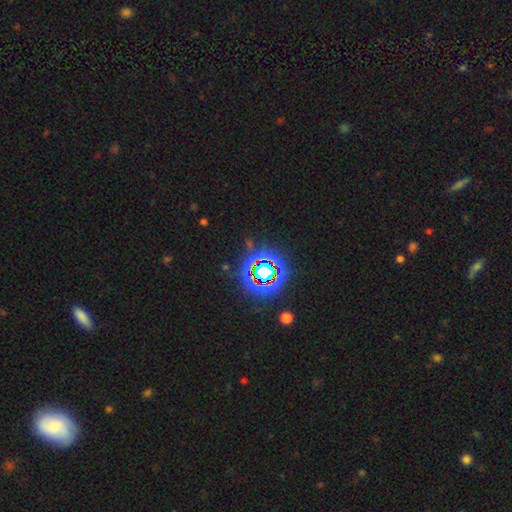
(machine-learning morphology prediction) Smooth or featured?
  - star or artifact: 76% *
  - smooth: 15%
  - featured or disk: 9%